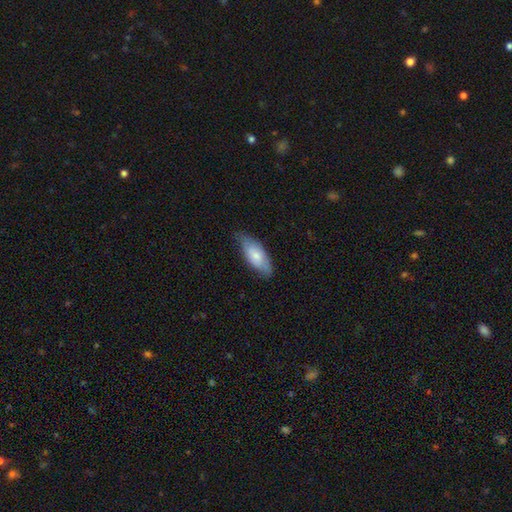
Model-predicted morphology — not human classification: smooth_or_featured: smooth (p=0.68) [alt: featured or disk p=0.27]
how_rounded: in between (p=0.81) [alt: cigar-shaped p=0.17]
merging: none (p=0.67) [alt: minor disturbance p=0.26]